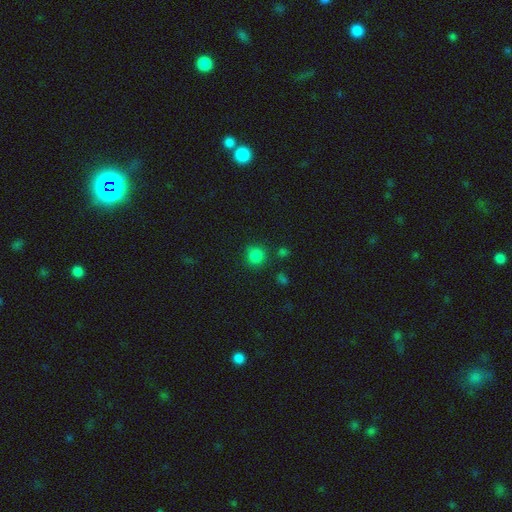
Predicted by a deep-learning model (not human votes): smooth-or-featured: smooth: 83% | star or artifact: 14% | featured or disk: 4%
  how-rounded: round: 91% | in between: 8% | cigar-shaped: 1%
  merging: none: 83% | minor disturbance: 9% | merger: 5% | major disturbance: 3%